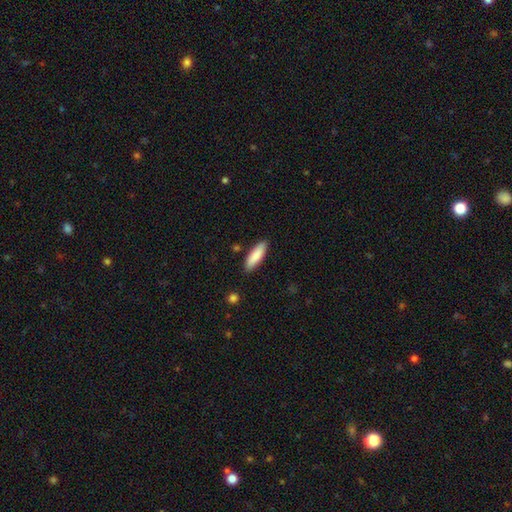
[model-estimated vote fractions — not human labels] The model was most divided on "how rounded": cigar-shaped: 53%, in between: 45%, round: 1%. More confident: merging — none (87%); smooth or featured — smooth (86%).